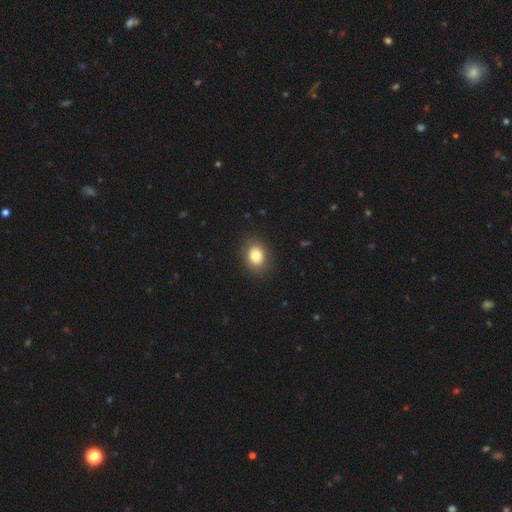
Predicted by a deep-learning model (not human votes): smooth 81%, star or artifact 10%, featured or disk 9%. Down the decision tree: how rounded — in between (50%); merging — none (88%).